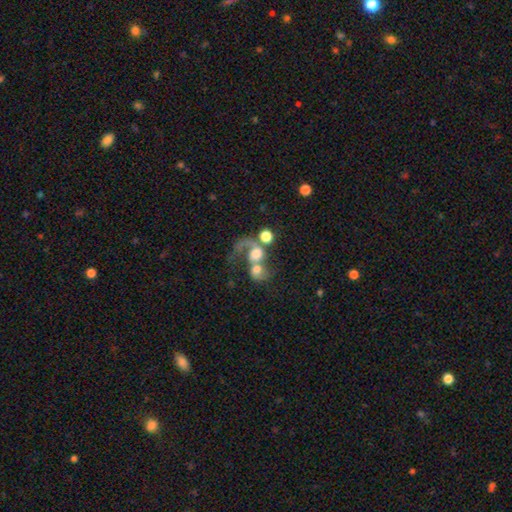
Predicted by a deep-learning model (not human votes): featured or disk 58%, smooth 30%, star or artifact 12%. Down the decision tree: edge-on disk — no (97%); bar — no (72%); spiral arms — yes (75%); bulge size — moderate (42%); merging — merger (60%).